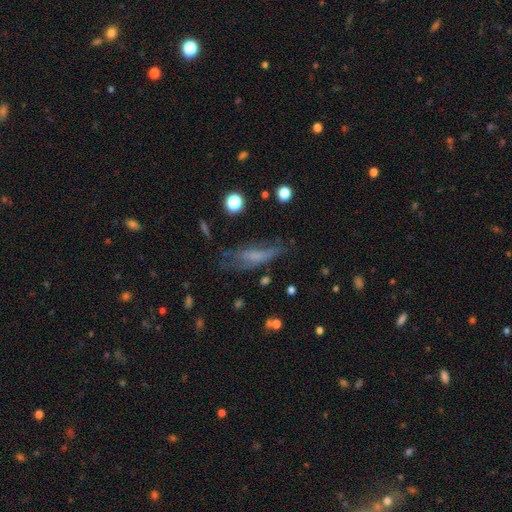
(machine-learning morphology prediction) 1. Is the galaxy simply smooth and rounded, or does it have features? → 49% smooth, 38% featured or disk, 13% star or artifact.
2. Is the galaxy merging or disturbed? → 49% none, 28% minor disturbance, 19% major disturbance, 4% merger.